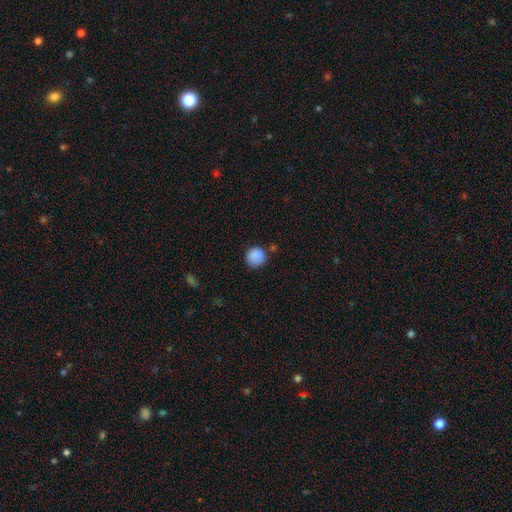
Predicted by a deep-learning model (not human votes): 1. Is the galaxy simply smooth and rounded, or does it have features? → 87% smooth, 8% star or artifact, 4% featured or disk.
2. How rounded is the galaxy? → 91% round, 9% in between, 1% cigar-shaped.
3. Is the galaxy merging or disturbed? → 75% none, 17% minor disturbance, 4% merger, 4% major disturbance.